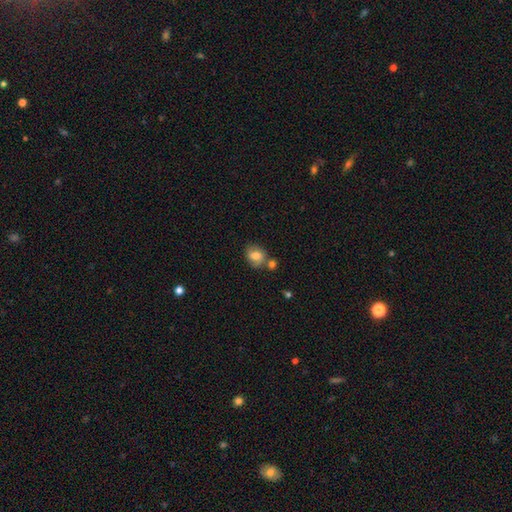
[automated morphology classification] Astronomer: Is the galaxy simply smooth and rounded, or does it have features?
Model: smooth — 76%.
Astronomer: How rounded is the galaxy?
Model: round — 53% (runner-up: in between, 46%).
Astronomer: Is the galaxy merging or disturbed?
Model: none — 57%.